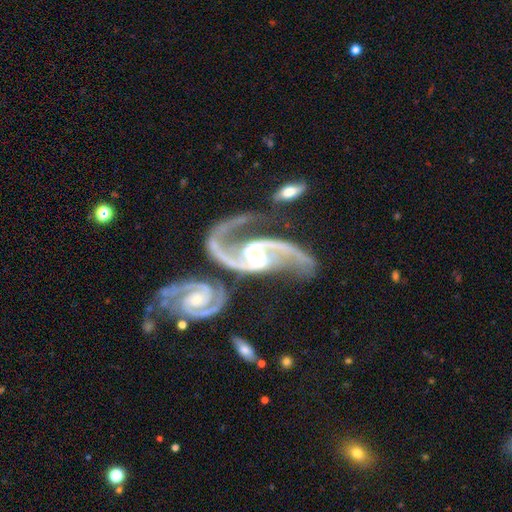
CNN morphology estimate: A featured or disk galaxy (93%) with no bar (37%, tied with weak), 2 (91%) medium (46%) spiral arms (98%) and a moderate central bulge (53%).

Vote fractions:
- Smooth or featured? featured or disk: 93% / star or artifact: 4% / smooth: 3%
- Edge-on disk? no: 97% / yes: 3%
- Bar? no: 37% (tied) / weak: 37% (tied) / strong: 25%
- Spiral arms? yes: 98% / no: 2%
- Spiral winding? medium: 46% / loose: 42% / tight: 13%
- Spiral arm count? 2: 91% / 3: 3% / 1: 2% / can't tell: 2% / 4: 1% / more than 4: 1%
- Bulge size? moderate: 53% / small: 39% / large: 5% / none: 2% / dominant: 1%
- Merging? merger: 35% / none: 30% / major disturbance: 19% / minor disturbance: 16%